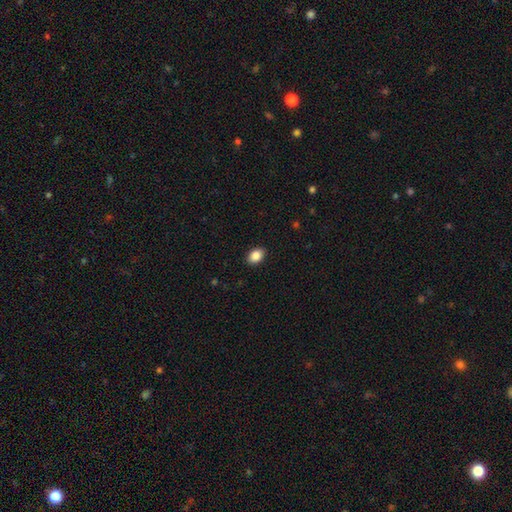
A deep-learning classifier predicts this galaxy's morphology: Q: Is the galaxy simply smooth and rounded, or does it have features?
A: smooth — 88%.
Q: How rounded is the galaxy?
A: in between — 80%.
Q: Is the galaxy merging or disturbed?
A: none — 90%.